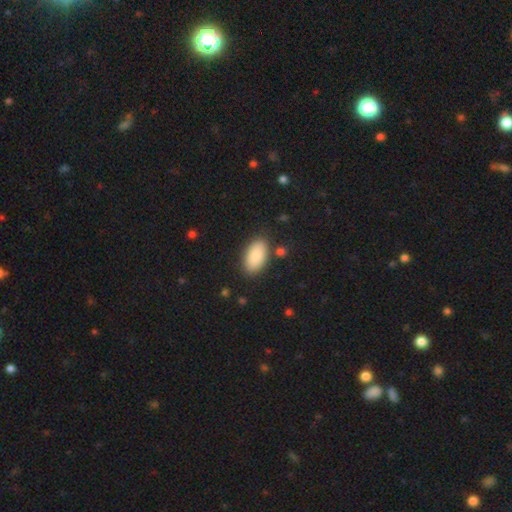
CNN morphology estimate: Smooth or featured? smooth (89%)
How rounded? in between (94%)
Merging? none (85%)